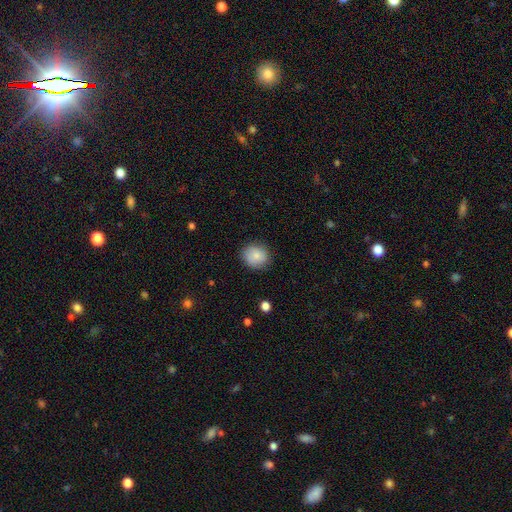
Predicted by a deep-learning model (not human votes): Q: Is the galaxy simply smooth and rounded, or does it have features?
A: smooth — 81%.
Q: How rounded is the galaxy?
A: round — 80%.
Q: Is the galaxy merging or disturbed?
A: none — 82%.